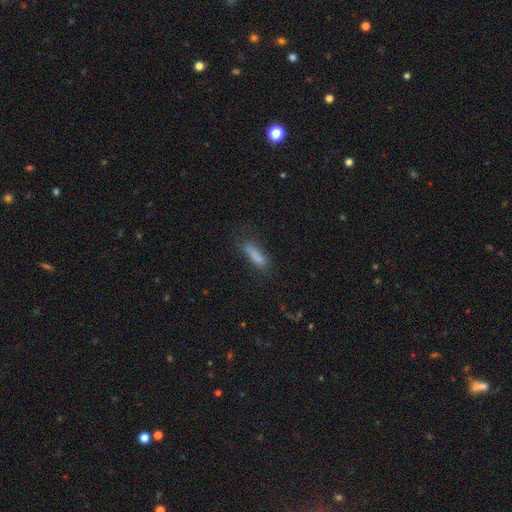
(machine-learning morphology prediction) A smooth galaxy with no disk features (79%) that is cigar-shaped (61%).

Vote fractions:
- Smooth or featured? smooth: 79% / featured or disk: 11% / star or artifact: 10%
- How rounded? cigar-shaped: 61% / in between: 36% / round: 2%
- Merging? none: 60% / minor disturbance: 24% / major disturbance: 12% / merger: 4%